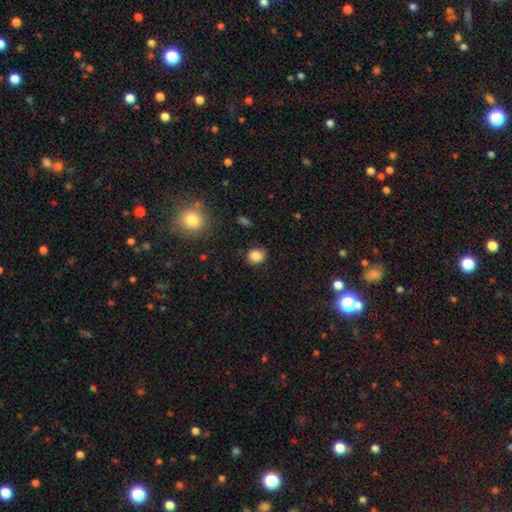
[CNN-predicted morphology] Smooth or featured: smooth — 84% (star or artifact — 10%)
How rounded: round — 56% (in between — 43%)
Merging: none — 82% (minor disturbance — 13%)